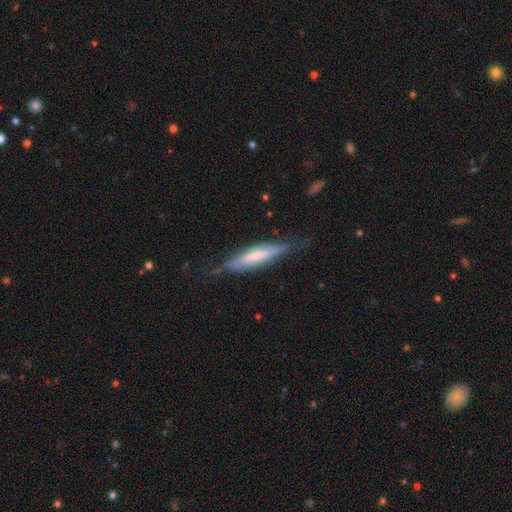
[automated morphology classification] featured or disk 55%, smooth 39%, star or artifact 6%. Down the decision tree: edge-on disk — yes (74%); merging — none (66%).